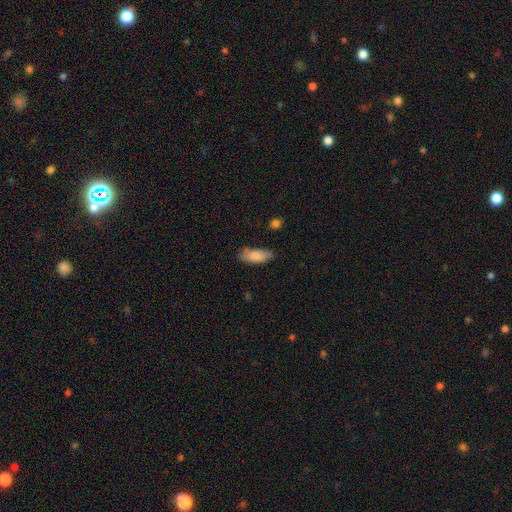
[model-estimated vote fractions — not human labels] Smooth or featured?
  - smooth: 85% *
  - featured or disk: 9%
  - star or artifact: 6%
How rounded?
  - in between: 78% *
  - cigar-shaped: 20%
  - round: 2%
Merging?
  - none: 75% *
  - minor disturbance: 19%
  - major disturbance: 4%
  - merger: 2%